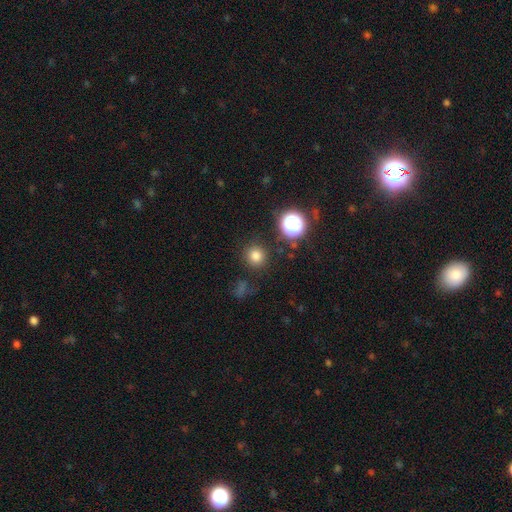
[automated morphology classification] Q: Smooth or featured?
A: smooth (78%); runner-up: star or artifact (17%)
Q: How rounded?
A: round (93%); runner-up: in between (6%)
Q: Merging?
A: none (87%); runner-up: minor disturbance (7%)